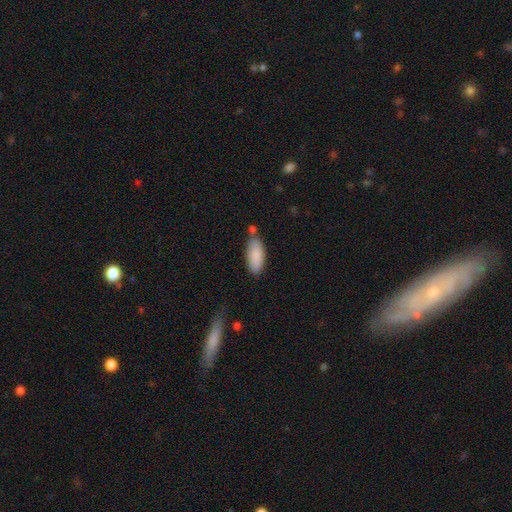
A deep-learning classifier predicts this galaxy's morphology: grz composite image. It shows a smooth galaxy with no disk features (87%) that is in between round and cigar-shaped (83%). Merging: none (63%).